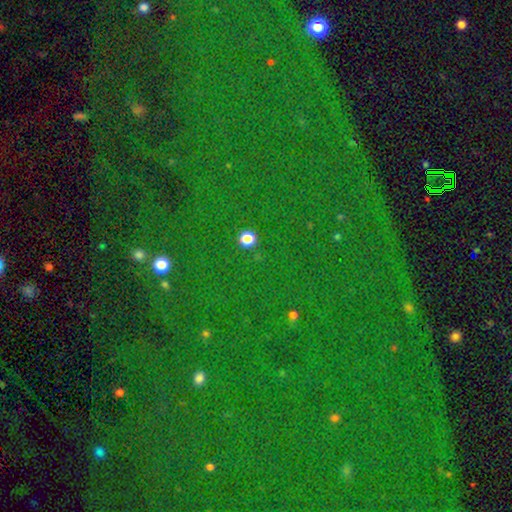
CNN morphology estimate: type=star or artifact (82%).